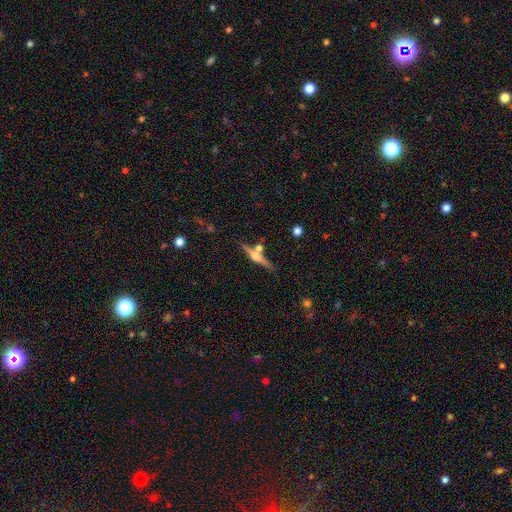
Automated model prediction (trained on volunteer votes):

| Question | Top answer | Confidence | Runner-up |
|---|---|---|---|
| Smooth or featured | featured or disk | 70% | smooth (23%) |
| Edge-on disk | yes | 97% | no (3%) |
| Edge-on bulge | rounded | 90% | boxy (5%) |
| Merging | none | 73% | merger (14%) |